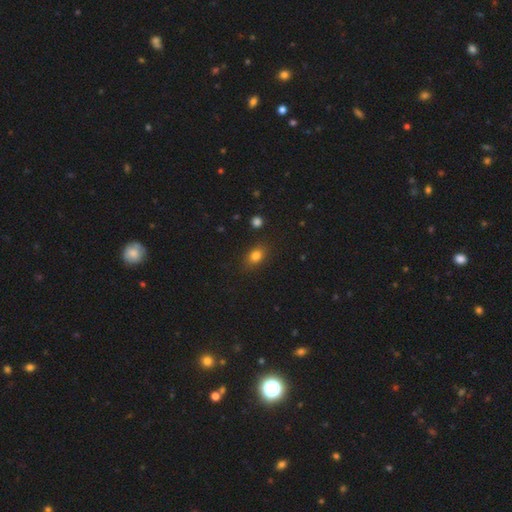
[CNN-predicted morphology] smooth 81%, star or artifact 12%, featured or disk 8%. Down the decision tree: how rounded — in between (69%); merging — none (84%).